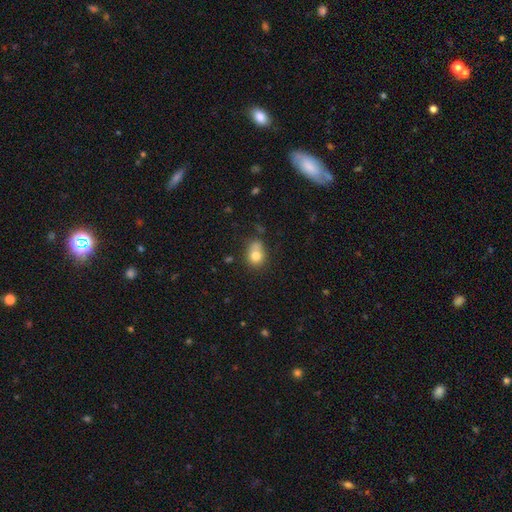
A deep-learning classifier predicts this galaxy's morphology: Smooth or featured?
  - smooth: 77% *
  - featured or disk: 12%
  - star or artifact: 11%
How rounded?
  - round: 57% *
  - in between: 42%
  - cigar-shaped: 1%
Merging?
  - none: 50% *
  - minor disturbance: 25%
  - merger: 17%
  - major disturbance: 8%